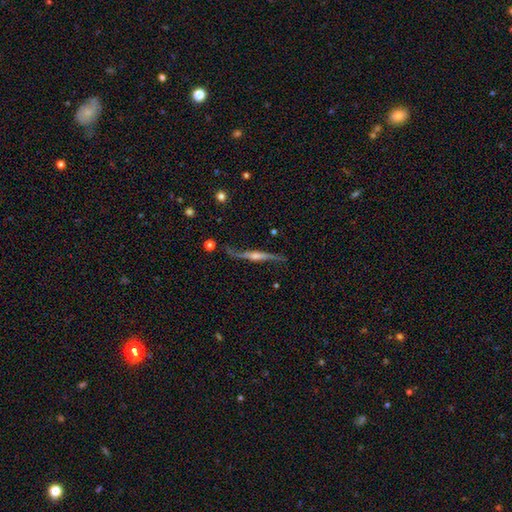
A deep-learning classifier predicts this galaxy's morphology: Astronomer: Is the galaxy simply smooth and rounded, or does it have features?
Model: featured or disk — 82%.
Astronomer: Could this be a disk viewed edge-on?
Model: yes — 82%.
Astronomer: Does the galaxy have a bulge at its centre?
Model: rounded — 71%.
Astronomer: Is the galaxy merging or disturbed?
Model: none — 69%.